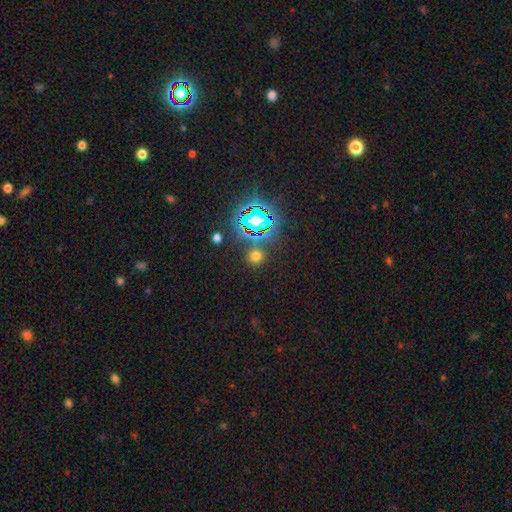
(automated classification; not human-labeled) Overall: smooth (57%; star or artifact 36%). How rounded: round (88%). Merging: none (83%).